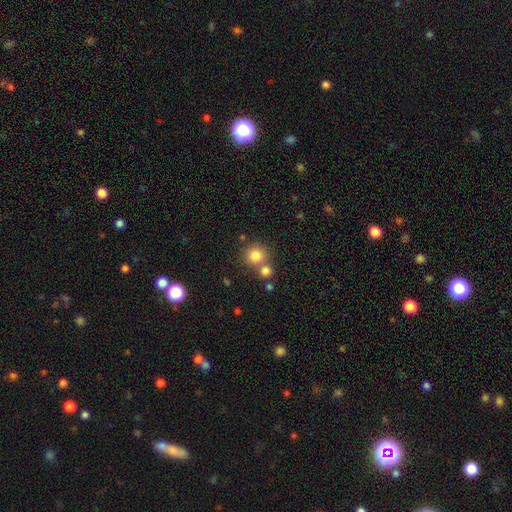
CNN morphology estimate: smooth_or_featured: smooth (p=0.81) [alt: star or artifact p=0.12]
how_rounded: round (p=0.90) [alt: in between p=0.09]
merging: none (p=0.62) [alt: merger p=0.27]